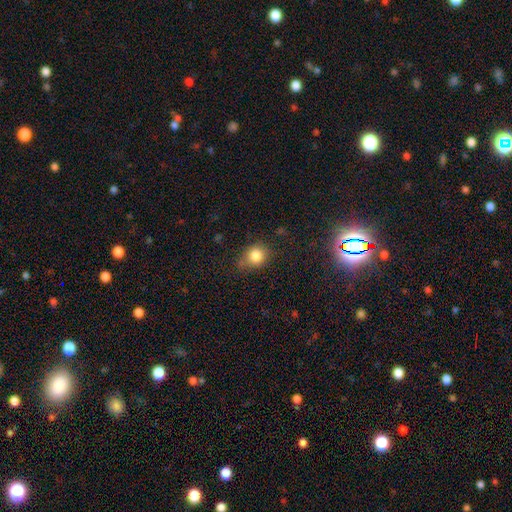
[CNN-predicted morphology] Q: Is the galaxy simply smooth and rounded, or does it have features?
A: smooth — 83%.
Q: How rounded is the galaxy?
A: round — 70%.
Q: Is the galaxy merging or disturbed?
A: none — 66%.